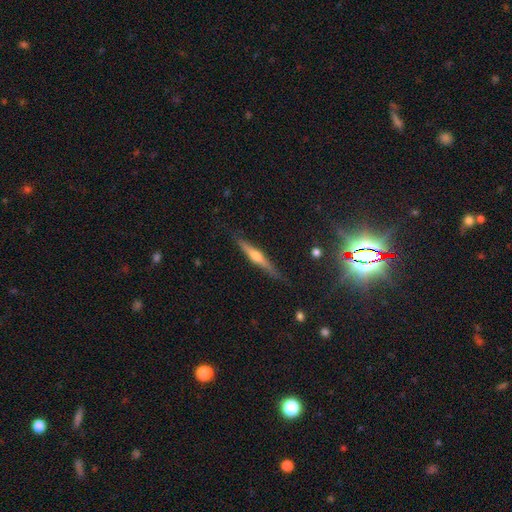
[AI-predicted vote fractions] Smooth or featured? Predicted: featured or disk (p=0.67). Edge-on disk? Predicted: yes (p=0.97). Edge-on bulge? Predicted: rounded (p=0.89). Merging? Predicted: none (p=0.83).